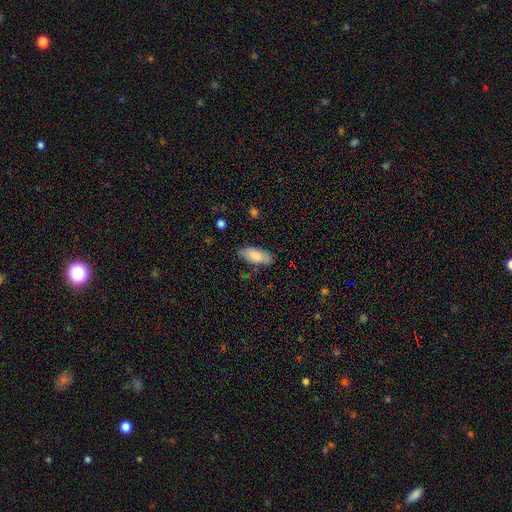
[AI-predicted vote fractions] Q: Smooth or featured?
A: smooth (80%); runner-up: featured or disk (14%)
Q: How rounded?
A: in between (83%); runner-up: cigar-shaped (16%)
Q: Merging?
A: none (77%); runner-up: minor disturbance (18%)